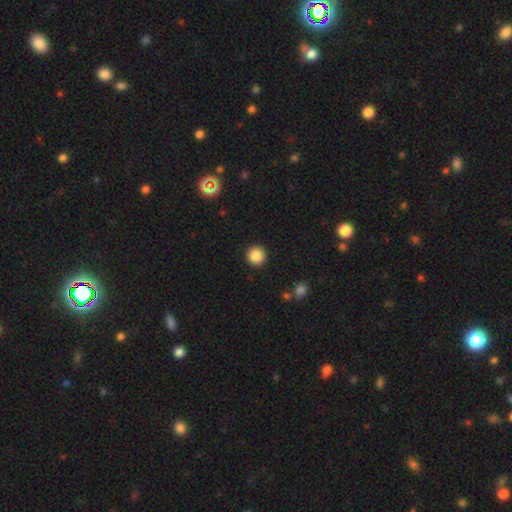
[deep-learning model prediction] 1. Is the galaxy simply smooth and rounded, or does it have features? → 86% smooth, 10% star or artifact, 4% featured or disk.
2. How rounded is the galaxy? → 95% round, 4% in between, 1% cigar-shaped.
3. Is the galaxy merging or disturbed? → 92% none, 5% minor disturbance, 2% major disturbance, 1% merger.